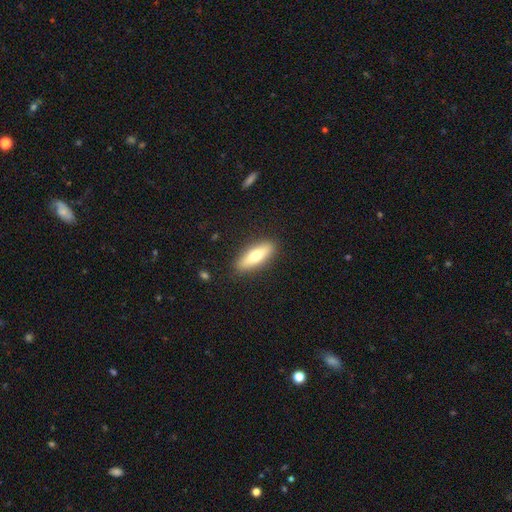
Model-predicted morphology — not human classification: smooth 66%, featured or disk 28%, star or artifact 6%. Down the decision tree: how rounded — in between (50%); merging — none (88%).